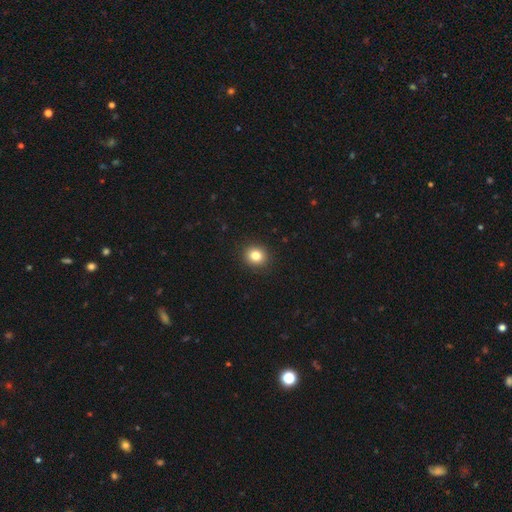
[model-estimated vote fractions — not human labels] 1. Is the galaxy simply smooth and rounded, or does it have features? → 83% smooth, 11% star or artifact, 6% featured or disk.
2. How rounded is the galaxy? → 82% round, 18% in between, 1% cigar-shaped.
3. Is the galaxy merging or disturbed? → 91% none, 6% minor disturbance, 2% major disturbance, 1% merger.